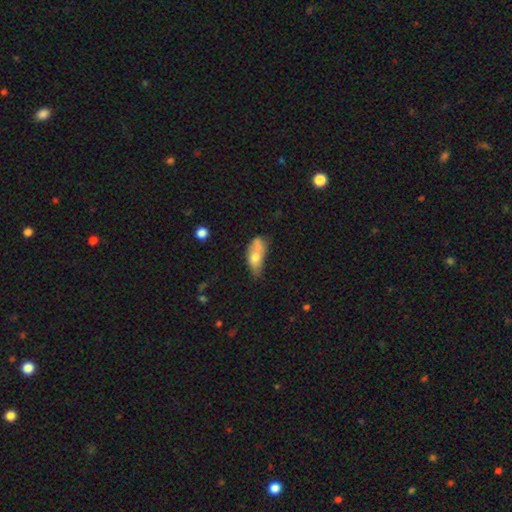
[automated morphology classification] This appears to be a smooth galaxy with no disk features (62%) that is in between round and cigar-shaped (82%). Merging: merger (33%).